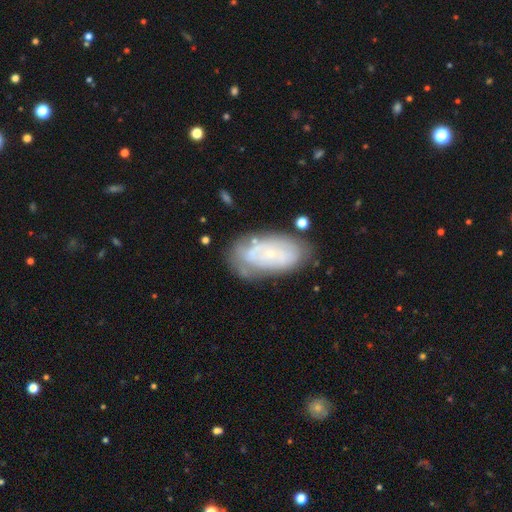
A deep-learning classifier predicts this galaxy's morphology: Smooth or featured? Predicted: featured or disk (p=0.59). Edge-on disk? Predicted: no (p=0.95). Bar? Predicted: no (p=0.77). Spiral arms? Predicted: yes (p=0.54). Bulge size? Predicted: small (p=0.74). Merging? Predicted: none (p=0.55).